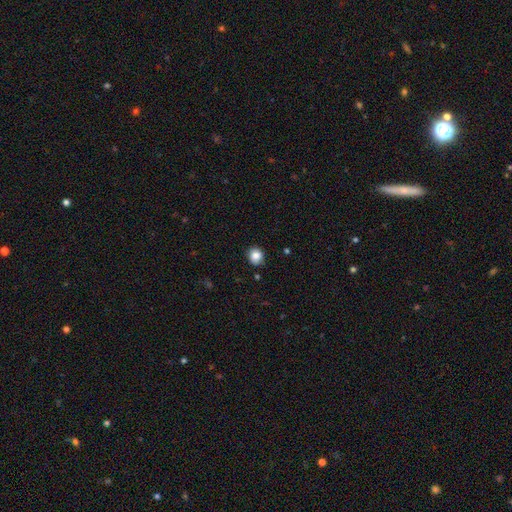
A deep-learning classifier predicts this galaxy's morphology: Smooth or featured: smooth — 85% (star or artifact — 9%)
How rounded: round — 76% (in between — 23%)
Merging: none — 82% (minor disturbance — 14%)